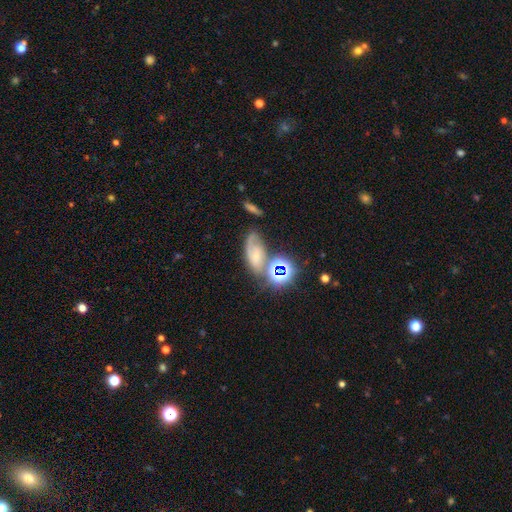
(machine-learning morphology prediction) type=smooth (39%); merging=none (47%).